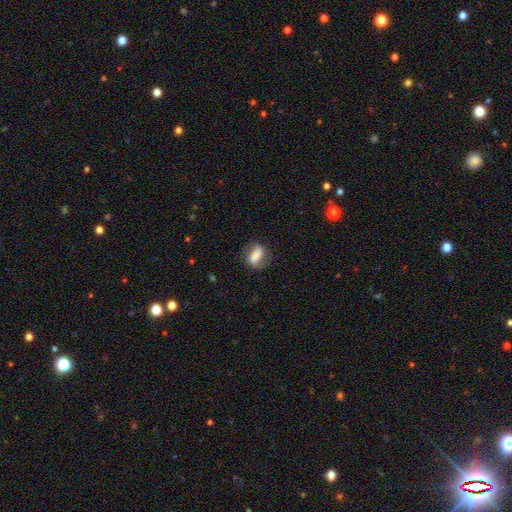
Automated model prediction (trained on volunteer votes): Smooth or featured? smooth (59%)
How rounded? in between (74%)
Merging? none (68%)